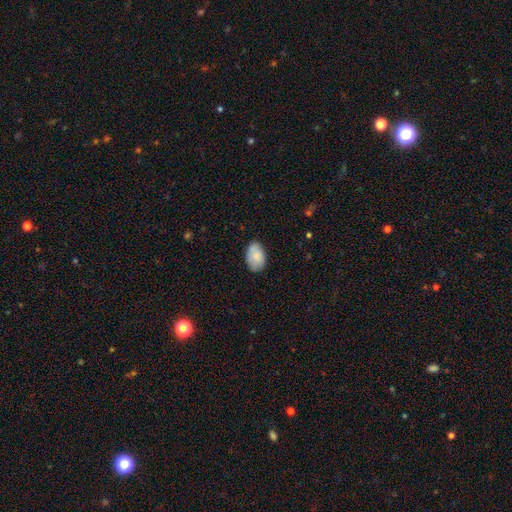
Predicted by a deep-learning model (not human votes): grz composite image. It shows a smooth galaxy with no disk features (83%) that is in between round and cigar-shaped (90%). Merging: none (77%).